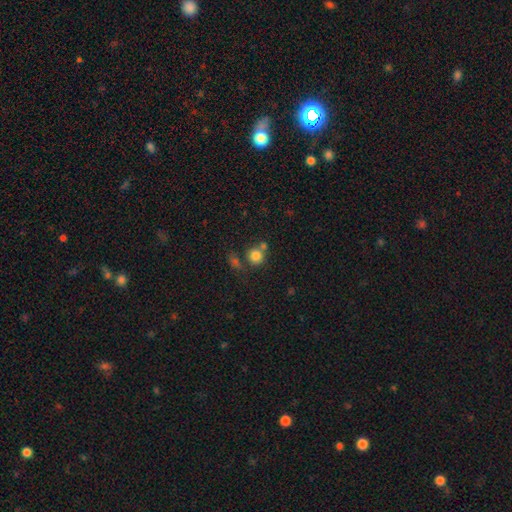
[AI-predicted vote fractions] Smooth or featured?
  - smooth: 80% *
  - star or artifact: 12%
  - featured or disk: 8%
How rounded?
  - round: 88% *
  - in between: 11%
  - cigar-shaped: 1%
Merging?
  - none: 58% *
  - merger: 27%
  - minor disturbance: 10%
  - major disturbance: 5%